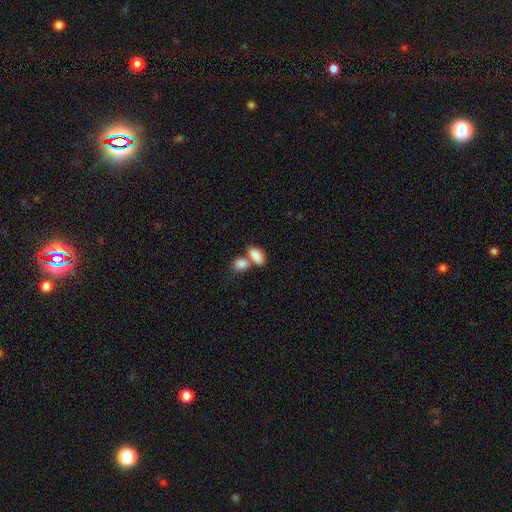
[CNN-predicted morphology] type=smooth (87%); roundness=in between (90%); merging=merger (52%).